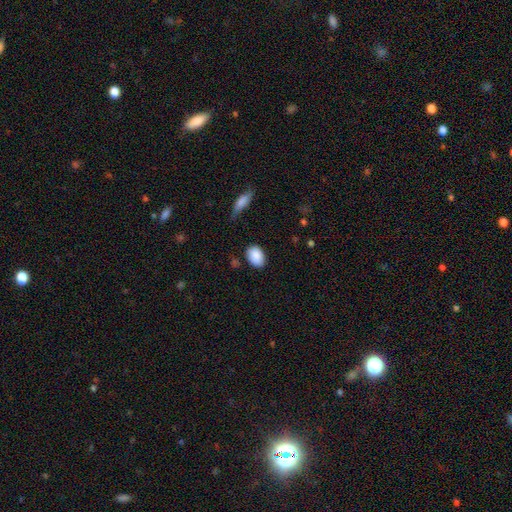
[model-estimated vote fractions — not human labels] This is clearly a smooth galaxy (88%). How rounded: clearly in between (83%). Merging: likely none (80%).